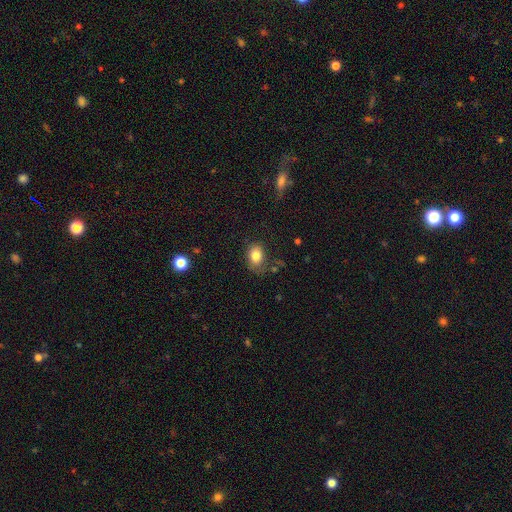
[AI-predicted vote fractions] The model was most divided on "merging": none: 65%, minor disturbance: 24%, major disturbance: 8%, merger: 3%. More confident: smooth or featured — smooth (83%); how rounded — in between (71%).